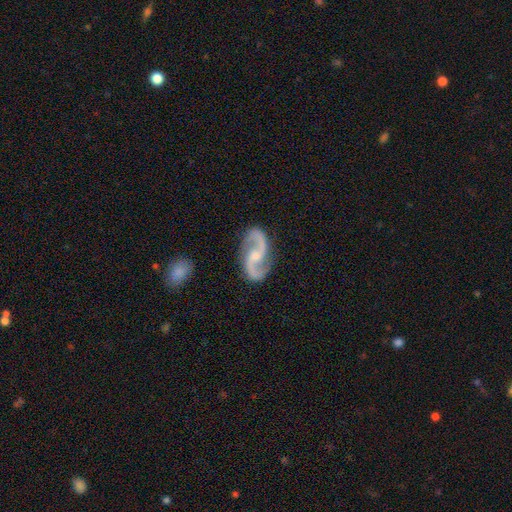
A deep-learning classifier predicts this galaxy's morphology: This is clearly a featured or disk galaxy (93%). It is clearly not viewed edge-on (98%). Bar: possibly no (51%). Spiral arm pattern: clearly yes (98%). Spiral arm count: clearly 2 (95%). Spiral winding: possibly loose (48%). Central bulge: possibly small (45%). Merging: clearly none (84%).